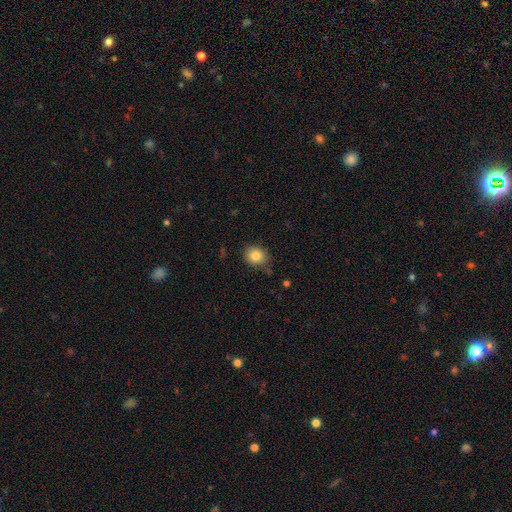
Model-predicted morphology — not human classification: Overall: smooth (83%). How rounded: round (71%). Merging: none (78%).